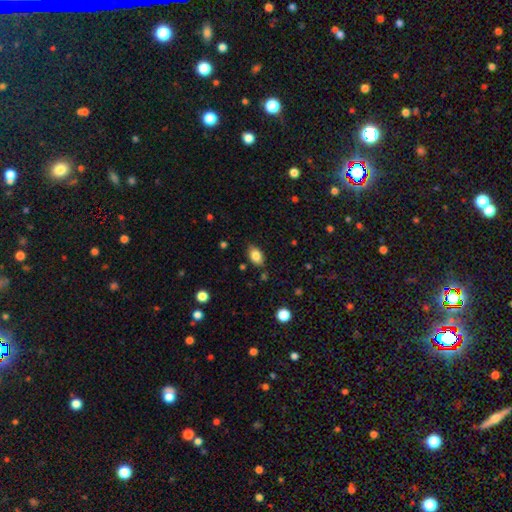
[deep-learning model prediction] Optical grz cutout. It shows a smooth galaxy with no disk features (85%) that is in between round and cigar-shaped (87%). Merging: none (82%).